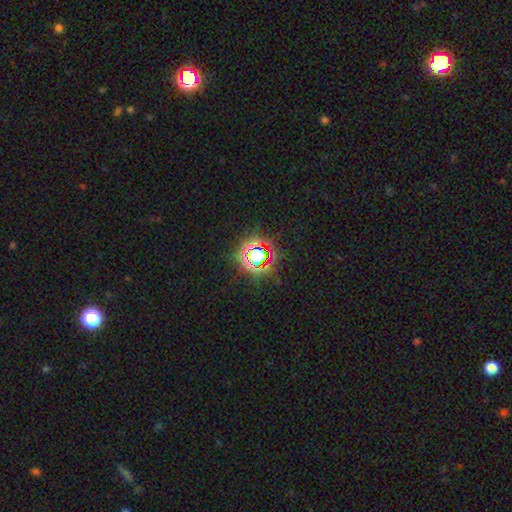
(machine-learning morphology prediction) This appears to be a star or artifact, not a galaxy (69%).